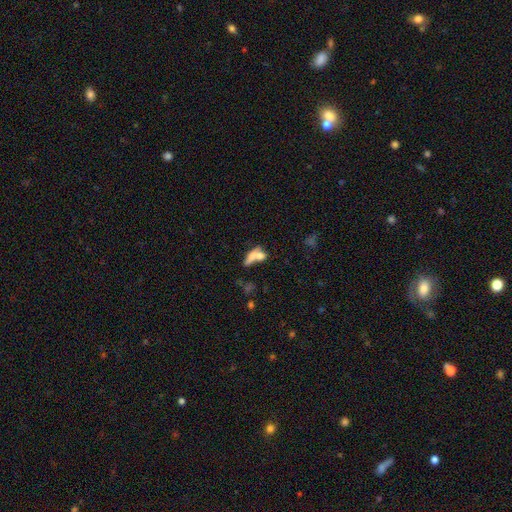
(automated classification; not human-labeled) smooth-or-featured: smooth: 59% | featured or disk: 30% | star or artifact: 11%
  how-rounded: in between: 58% | cigar-shaped: 28% | round: 14%
  merging: merger: 55% | none: 26% | minor disturbance: 10% | major disturbance: 9%